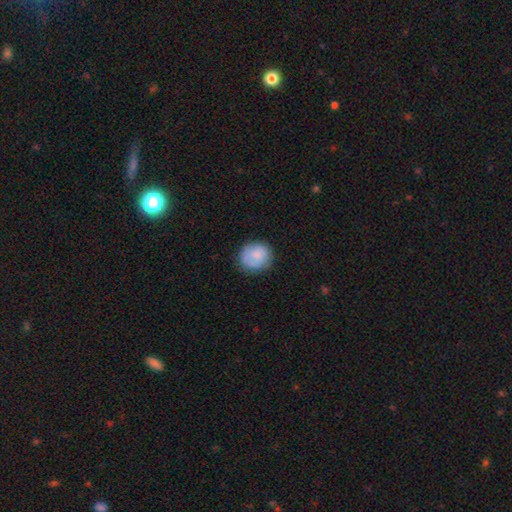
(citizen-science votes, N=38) A smooth galaxy with no disk features (76%) that is round (97%).

Vote fractions:
- Smooth or featured? smooth: 76% / featured or disk: 21% / star or artifact: 3%
- How rounded? round: 97% / in between: 3% / cigar-shaped: 0%
- Merging? none: 81% / minor disturbance: 11% / major disturbance: 8% / merger: 0%